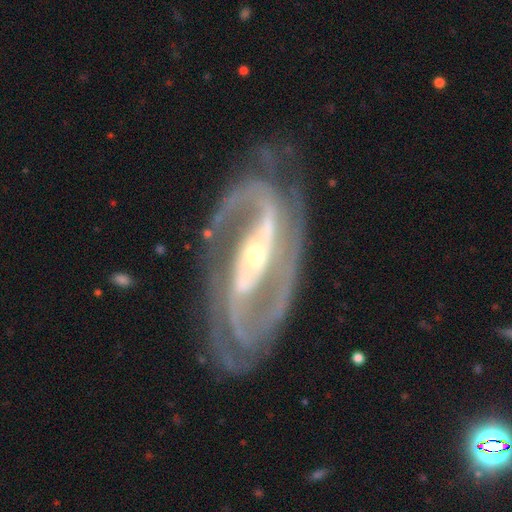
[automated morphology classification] Smooth or featured? Predicted: featured or disk (p=0.93). Edge-on disk? Predicted: no (p=0.96). Bar? Predicted: strong (p=0.58). Spiral arms? Predicted: yes (p=0.98). Spiral winding? Predicted: medium (p=0.54). Spiral arm count? Predicted: 2 (p=0.83). Bulge size? Predicted: small (p=0.66). Merging? Predicted: none (p=0.71).